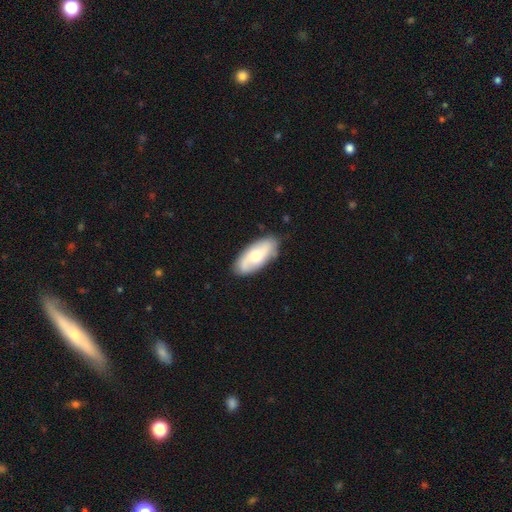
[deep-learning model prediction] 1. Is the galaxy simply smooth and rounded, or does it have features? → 51% smooth, 43% featured or disk, 5% star or artifact.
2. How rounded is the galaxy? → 87% in between, 10% cigar-shaped, 3% round.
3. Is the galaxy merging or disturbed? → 82% none, 14% minor disturbance, 3% major disturbance, 2% merger.